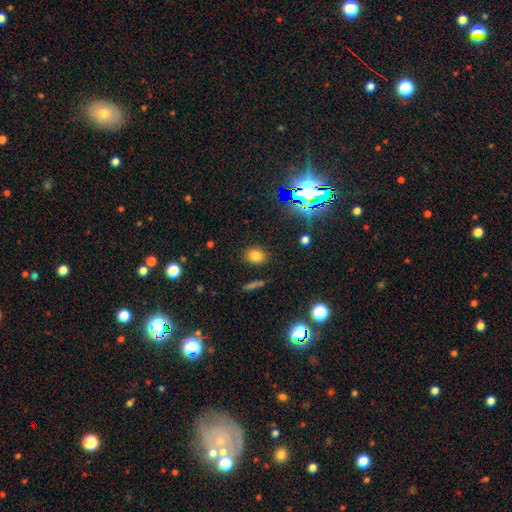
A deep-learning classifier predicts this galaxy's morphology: This appears to be a smooth galaxy with no disk features (77%) that is in between round and cigar-shaped (54%). Merging: none (86%).